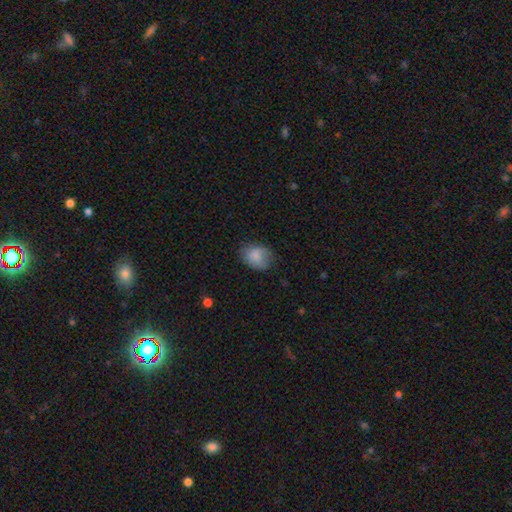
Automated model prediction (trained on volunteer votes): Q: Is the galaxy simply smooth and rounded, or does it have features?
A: smooth — 82%.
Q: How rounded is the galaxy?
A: in between — 54%.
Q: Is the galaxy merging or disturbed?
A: none — 64%.